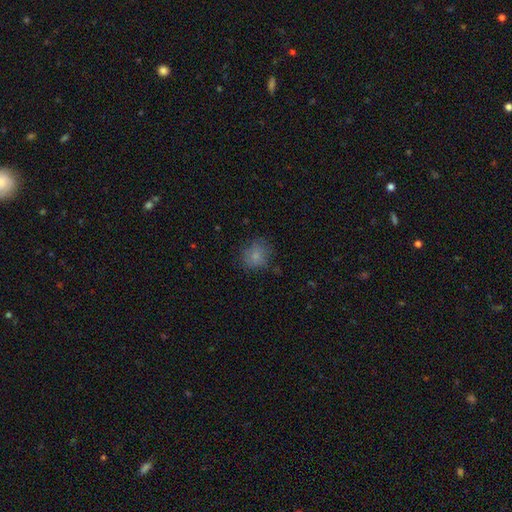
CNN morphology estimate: A smooth galaxy with no disk features (79%) that is round (73%). Merging: none (71%).